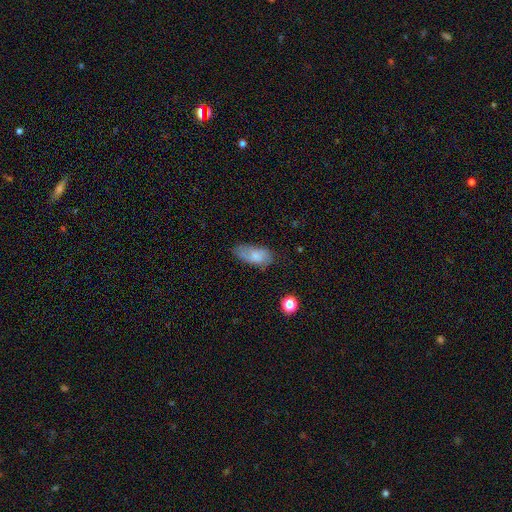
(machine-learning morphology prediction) This appears to be a smooth galaxy with no disk features (73%) that is in between round and cigar-shaped (90%). Merging: none (58%).